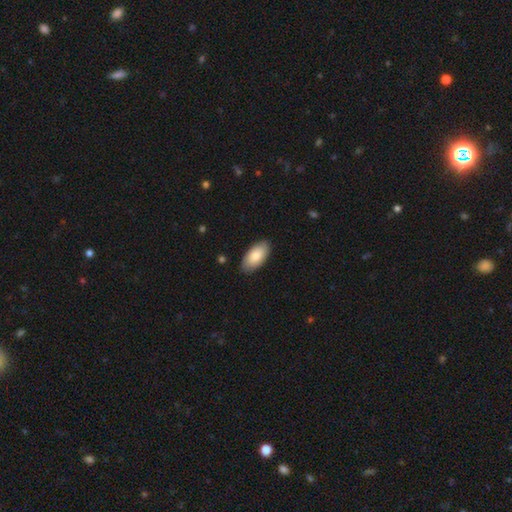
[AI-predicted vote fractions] This is clearly a smooth galaxy (83%). How rounded: clearly in between (95%). Merging: clearly none (86%).